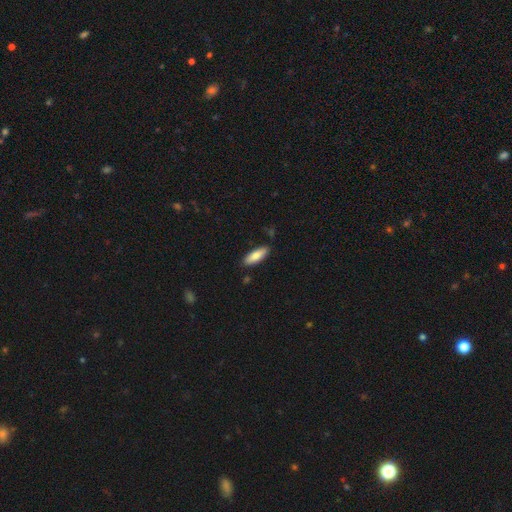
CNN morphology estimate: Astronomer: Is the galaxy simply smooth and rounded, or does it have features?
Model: smooth — 82%.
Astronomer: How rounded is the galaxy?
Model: in between — 60% (runner-up: cigar-shaped, 38%).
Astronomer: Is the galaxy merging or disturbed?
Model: none — 86%.